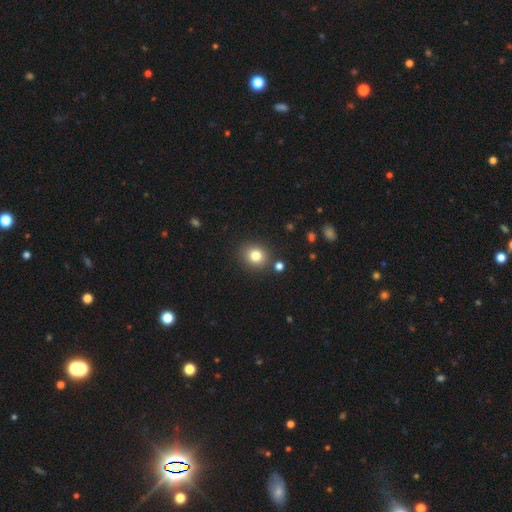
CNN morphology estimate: A smooth galaxy with no disk features (81%) that is round (79%).

Vote fractions:
- Smooth or featured? smooth: 81% / star or artifact: 12% / featured or disk: 7%
- How rounded? round: 79% / in between: 20% / cigar-shaped: 1%
- Merging? none: 86% / minor disturbance: 8% / merger: 4% / major disturbance: 3%